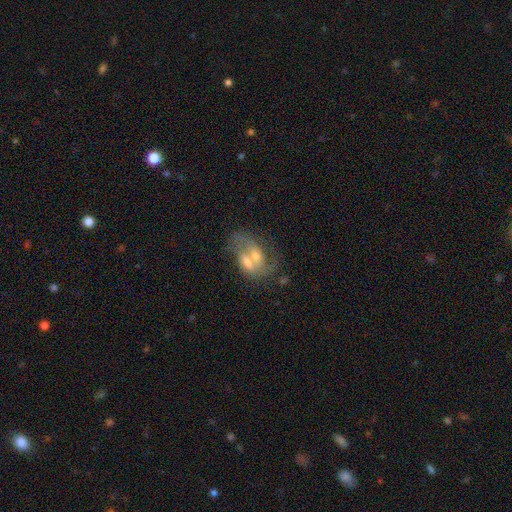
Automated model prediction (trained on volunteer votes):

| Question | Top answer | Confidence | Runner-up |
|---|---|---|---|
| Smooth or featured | featured or disk | 58% | smooth (33%) |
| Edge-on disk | no | 95% | yes (5%) |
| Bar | no | 56% | weak (34%) |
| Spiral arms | yes | 59% | no (41%) |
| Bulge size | moderate | 50% | small (27%) |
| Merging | merger | 56% | none (20%) |